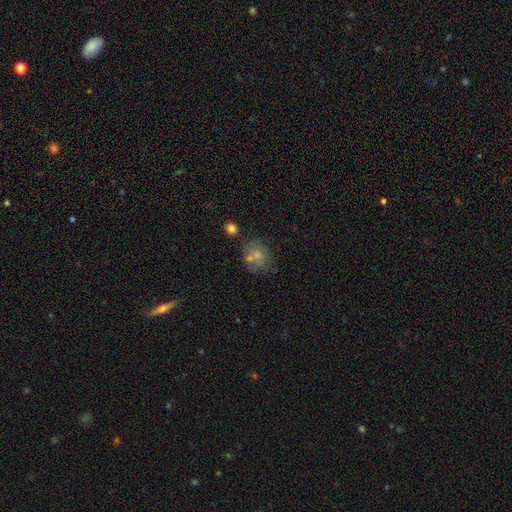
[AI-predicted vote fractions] Smooth or featured? smooth (67%)
How rounded? round (63%)
Merging? none (44%)